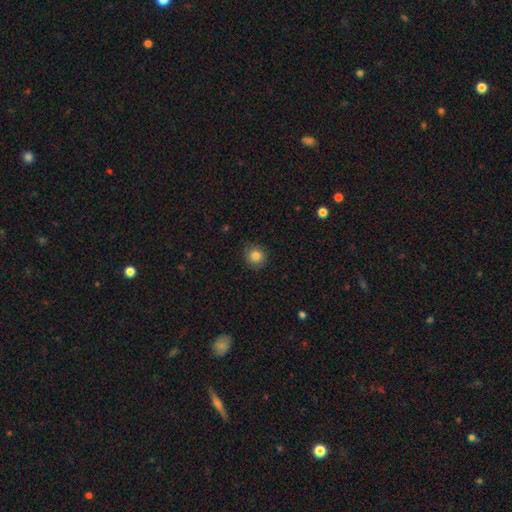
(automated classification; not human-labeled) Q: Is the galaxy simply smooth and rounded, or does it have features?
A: smooth — 83%.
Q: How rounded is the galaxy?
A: round — 89%.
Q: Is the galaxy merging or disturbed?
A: none — 84%.